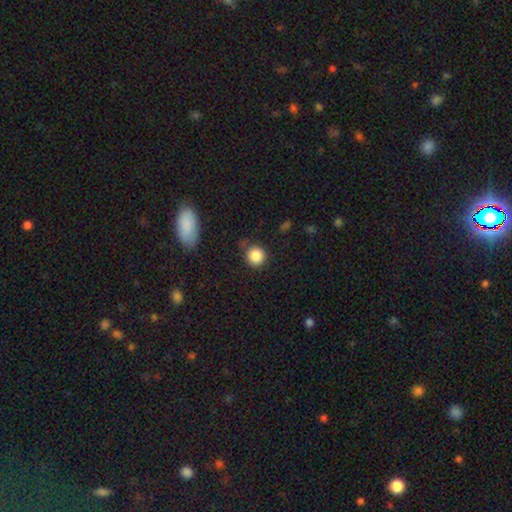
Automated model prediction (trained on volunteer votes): A smooth galaxy with no disk features (86%) that is round (91%). Merging: none (80%).